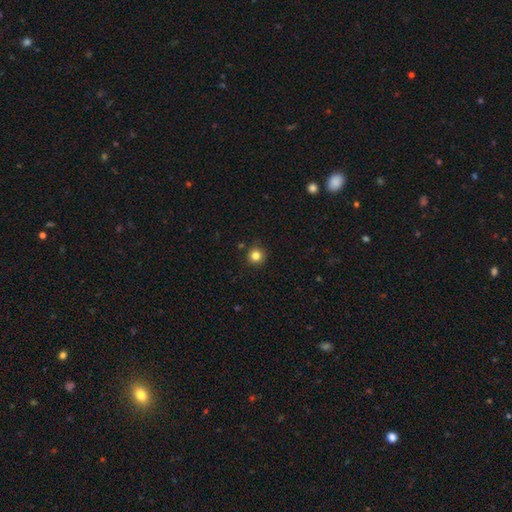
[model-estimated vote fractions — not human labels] Smooth or featured? Predicted: smooth (p=0.82). How rounded? Predicted: round (p=0.94). Merging? Predicted: none (p=0.89).